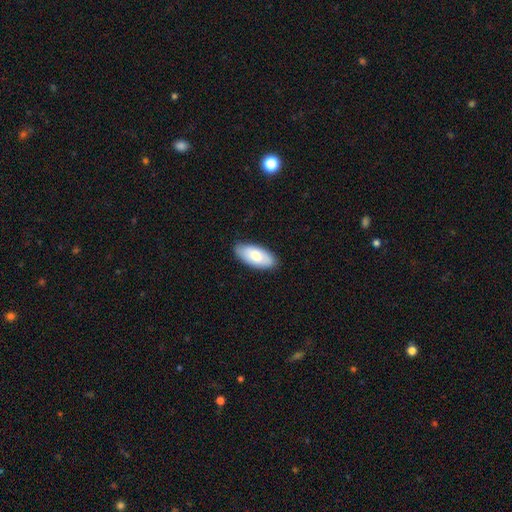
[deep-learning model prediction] smooth 76%, featured or disk 19%, star or artifact 5%. Down the decision tree: how rounded — in between (91%); merging — none (85%).